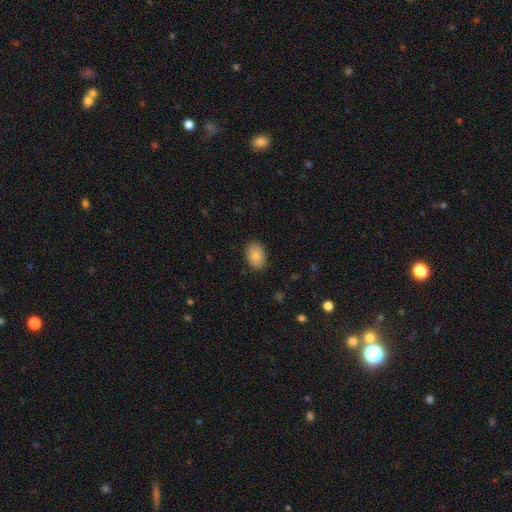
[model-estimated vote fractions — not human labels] The model was most divided on "how rounded": in between: 85%, round: 13%, cigar-shaped: 1%. More confident: merging — none (88%); smooth or featured — smooth (86%).